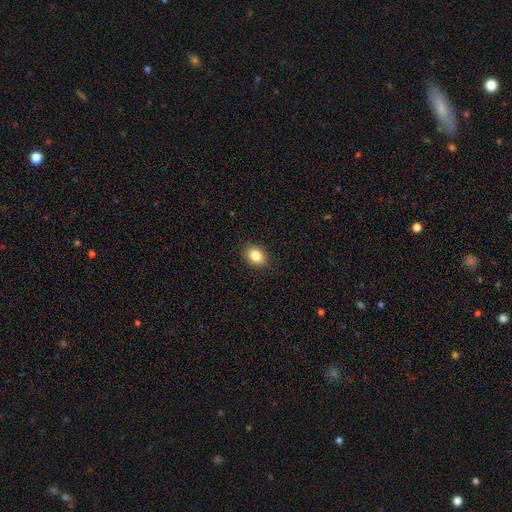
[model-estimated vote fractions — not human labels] Morphology: type=smooth (84%); roundness=in between (61%); merging=none (90%).